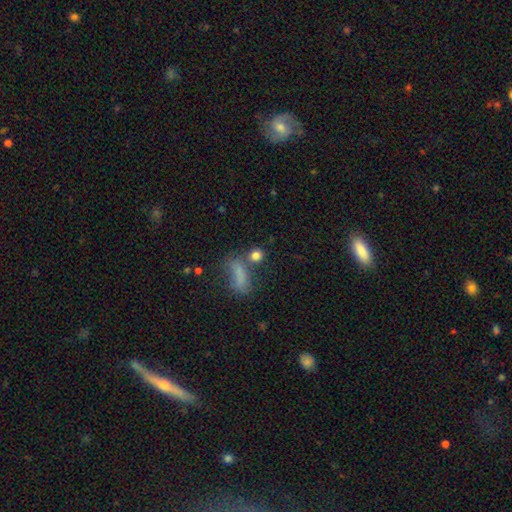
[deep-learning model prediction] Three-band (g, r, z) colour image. It shows a smooth galaxy with no disk features (79%) that is round (69%). Merging: none (58%).